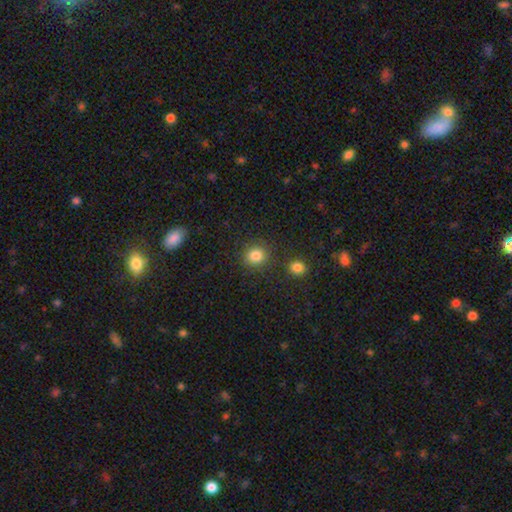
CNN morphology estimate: type=smooth (83%); roundness=round (85%); merging=none (84%).